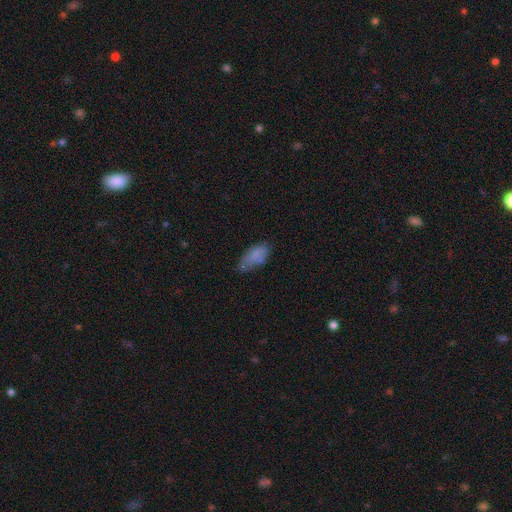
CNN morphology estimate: This is likely a smooth galaxy (73%). How rounded: clearly in between (84%). Merging: possibly none (53%).